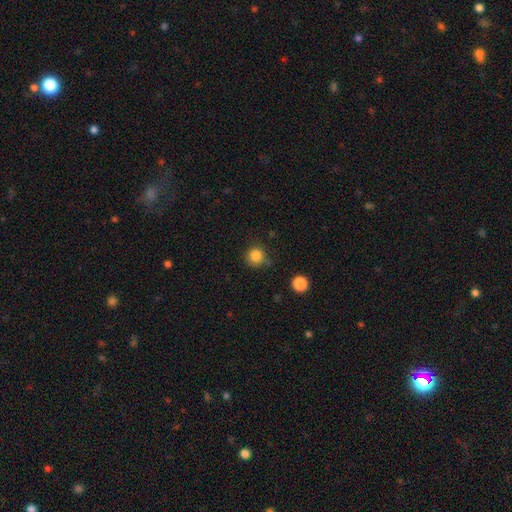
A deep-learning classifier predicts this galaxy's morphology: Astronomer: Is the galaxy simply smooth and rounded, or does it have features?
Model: smooth — 84%.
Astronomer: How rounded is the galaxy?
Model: round — 92%.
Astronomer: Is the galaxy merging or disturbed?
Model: none — 77%.